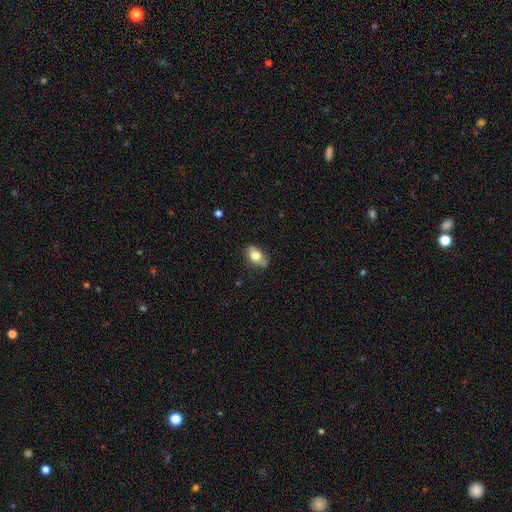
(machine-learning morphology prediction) smooth-or-featured: smooth: 75% | featured or disk: 18% | star or artifact: 7%
  how-rounded: in between: 89% | round: 9% | cigar-shaped: 3%
  merging: none: 71% | minor disturbance: 23% | major disturbance: 4% | merger: 2%